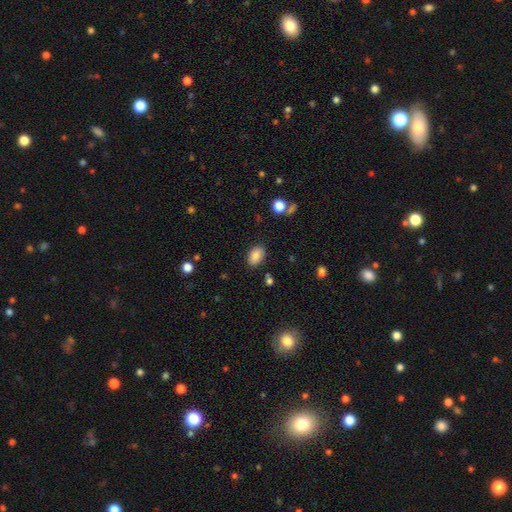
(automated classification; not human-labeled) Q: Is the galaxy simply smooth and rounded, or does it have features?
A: smooth — 86%.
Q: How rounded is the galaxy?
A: in between — 87%.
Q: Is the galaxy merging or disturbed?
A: none — 85%.